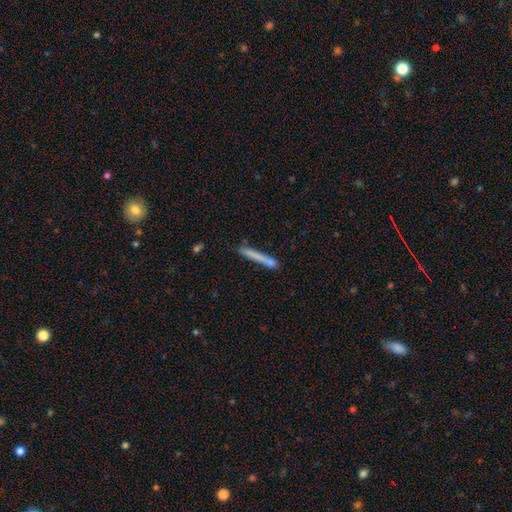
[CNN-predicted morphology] smooth_or_featured: smooth (p=0.70) [alt: featured or disk p=0.23]
how_rounded: cigar-shaped (p=0.96) [alt: in between p=0.03]
merging: none (p=0.73) [alt: minor disturbance p=0.15]